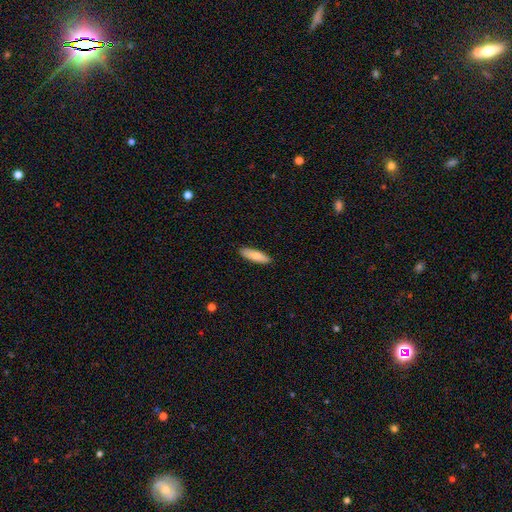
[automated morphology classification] smooth_or_featured: smooth (p=0.84) [alt: featured or disk p=0.11]
how_rounded: cigar-shaped (p=0.58) [alt: in between p=0.41]
merging: none (p=0.90) [alt: minor disturbance p=0.08]